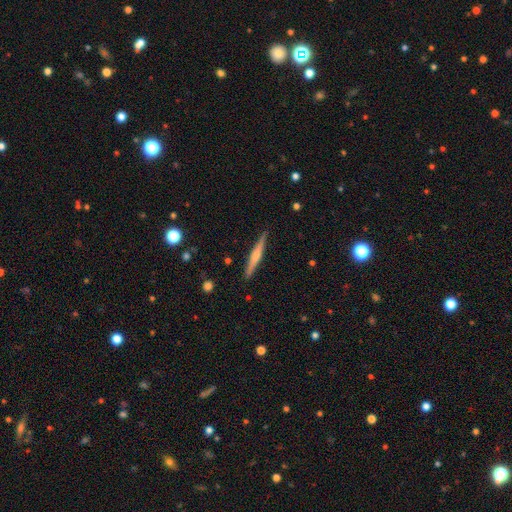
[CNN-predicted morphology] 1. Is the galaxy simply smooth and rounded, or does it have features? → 59% featured or disk, 35% smooth, 6% star or artifact.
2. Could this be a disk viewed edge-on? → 98% yes, 2% no.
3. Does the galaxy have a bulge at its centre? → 65% rounded, 19% none, 16% boxy.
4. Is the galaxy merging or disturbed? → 90% none, 8% minor disturbance, 1% major disturbance, 1% merger.